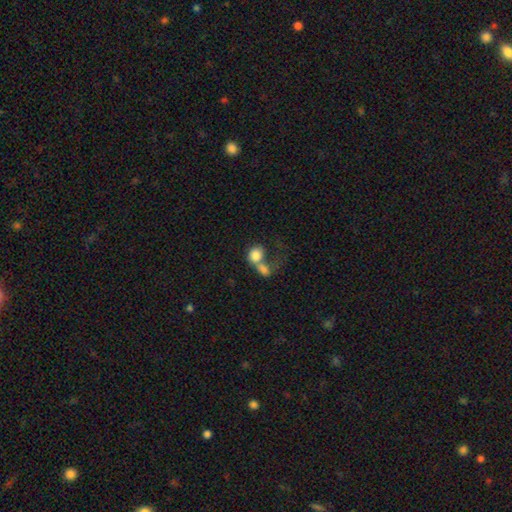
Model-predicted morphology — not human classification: Smooth or featured?
  - smooth: 78% *
  - featured or disk: 14%
  - star or artifact: 8%
How rounded?
  - in between: 50% *
  - round: 49%
  - cigar-shaped: 2%
Merging?
  - merger: 68% *
  - none: 15%
  - major disturbance: 11%
  - minor disturbance: 7%